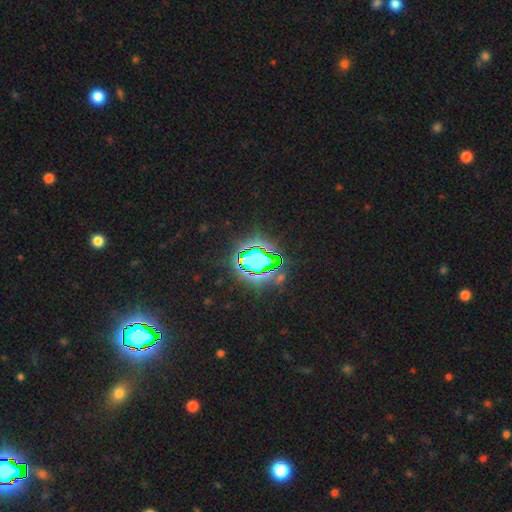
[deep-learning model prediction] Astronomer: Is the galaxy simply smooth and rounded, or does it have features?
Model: star or artifact — 80%.